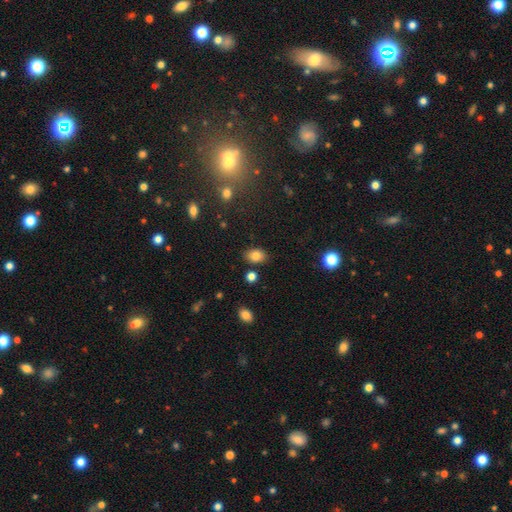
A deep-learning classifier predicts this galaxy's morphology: This is clearly a smooth galaxy (82%). How rounded: likely in between (78%). Merging: clearly none (83%).